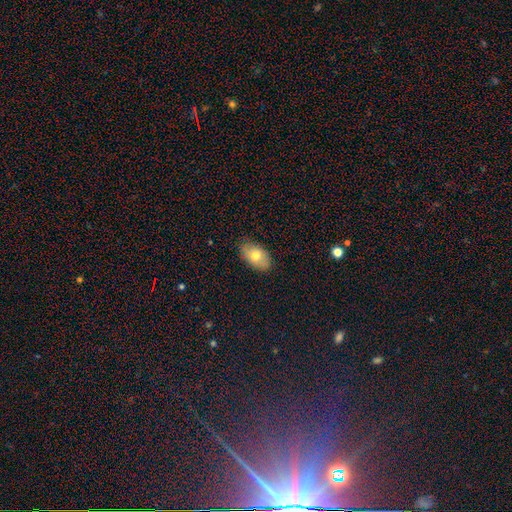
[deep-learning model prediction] smooth-or-featured: smooth: 72% | featured or disk: 21% | star or artifact: 7%
  how-rounded: in between: 92% | round: 7% | cigar-shaped: 2%
  merging: none: 85% | minor disturbance: 12% | major disturbance: 2% | merger: 1%